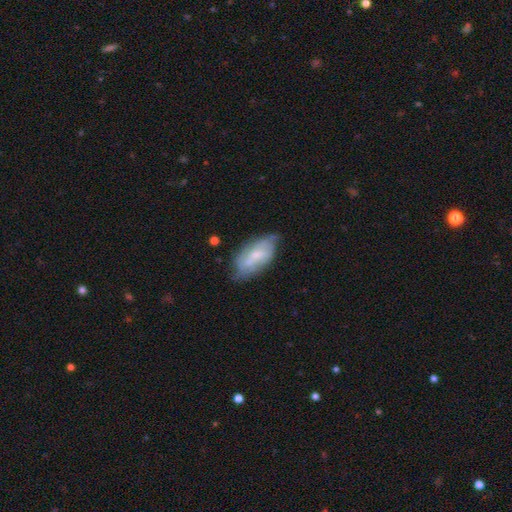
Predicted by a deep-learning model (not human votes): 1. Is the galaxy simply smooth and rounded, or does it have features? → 52% featured or disk, 41% smooth, 7% star or artifact.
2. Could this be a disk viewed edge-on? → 91% no, 9% yes.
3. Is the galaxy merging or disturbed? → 56% none, 31% minor disturbance, 9% major disturbance, 5% merger.